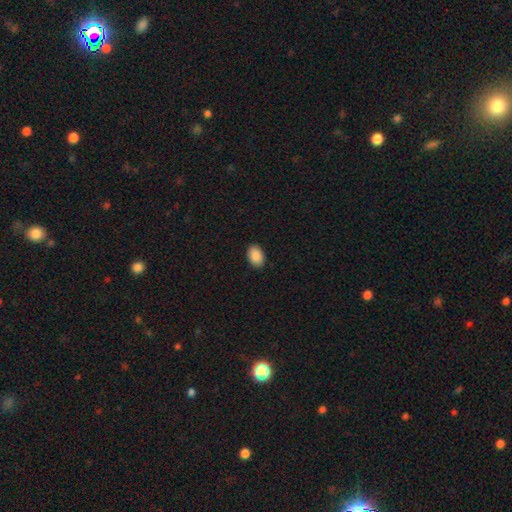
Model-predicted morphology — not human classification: A smooth galaxy with no disk features (90%) that is in between round and cigar-shaped (86%). Merging: none (90%).